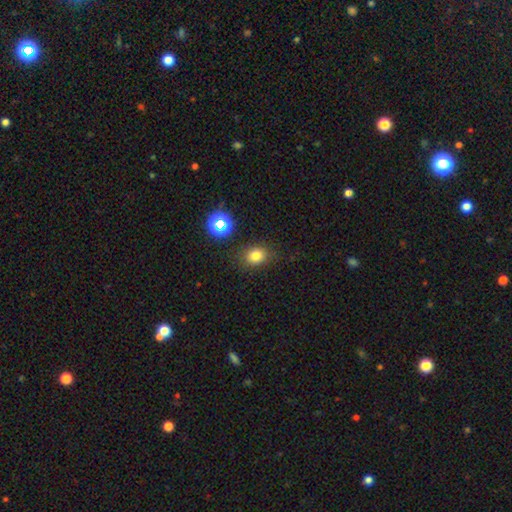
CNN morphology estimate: A smooth galaxy with no disk features (77%) that is round (54%).

Vote fractions:
- Smooth or featured? smooth: 77% / star or artifact: 16% / featured or disk: 8%
- How rounded? round: 54% / in between: 45% / cigar-shaped: 1%
- Merging? none: 81% / minor disturbance: 13% / major disturbance: 4% / merger: 2%